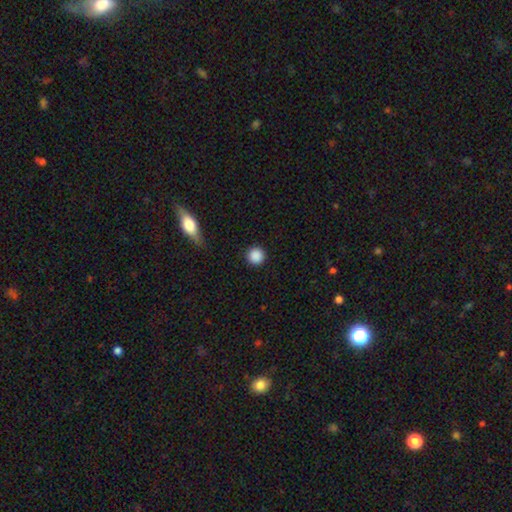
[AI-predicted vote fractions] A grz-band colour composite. It shows a smooth galaxy with no disk features (88%) that is round (95%). Merging: none (91%).